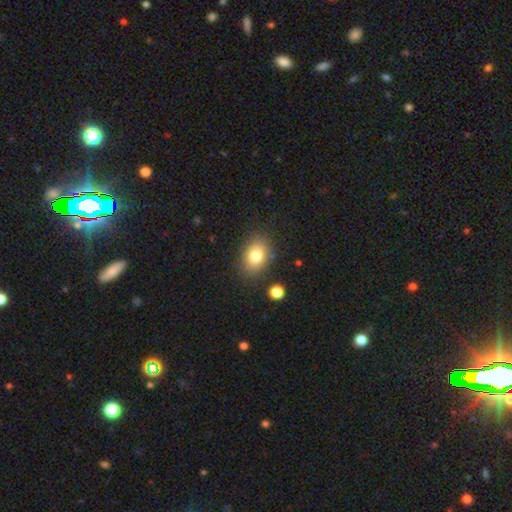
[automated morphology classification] Smooth or featured? smooth (80%)
How rounded? in between (74%)
Merging? none (82%)